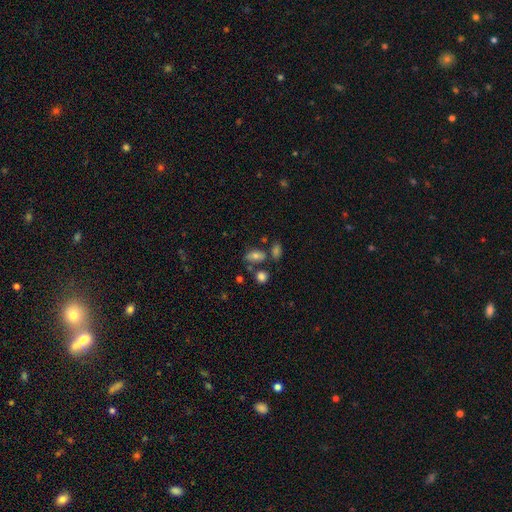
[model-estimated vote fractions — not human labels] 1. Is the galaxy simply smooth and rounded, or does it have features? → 69% smooth, 18% featured or disk, 13% star or artifact.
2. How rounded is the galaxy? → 81% in between, 15% round, 4% cigar-shaped.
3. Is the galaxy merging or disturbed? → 61% none, 17% minor disturbance, 16% merger, 6% major disturbance.